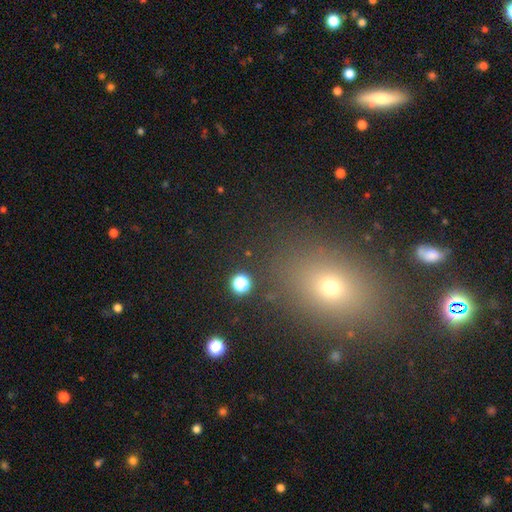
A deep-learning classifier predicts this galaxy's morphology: This appears to be a smooth galaxy with no disk features (55%) that is in between round and cigar-shaped (59%). Merging: none (85%).